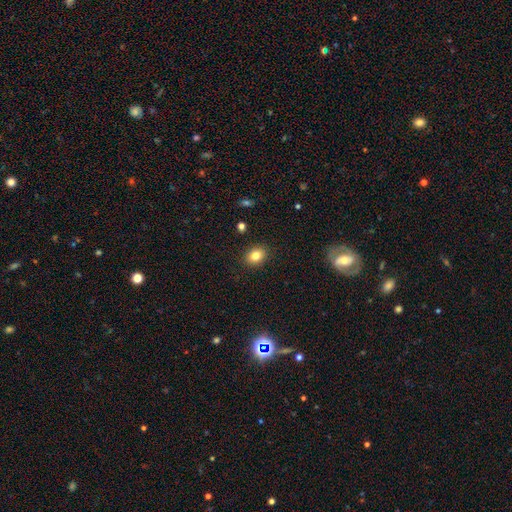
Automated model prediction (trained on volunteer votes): This appears to be a smooth galaxy with no disk features (82%) that is in between round and cigar-shaped (60%). Merging: none (89%).